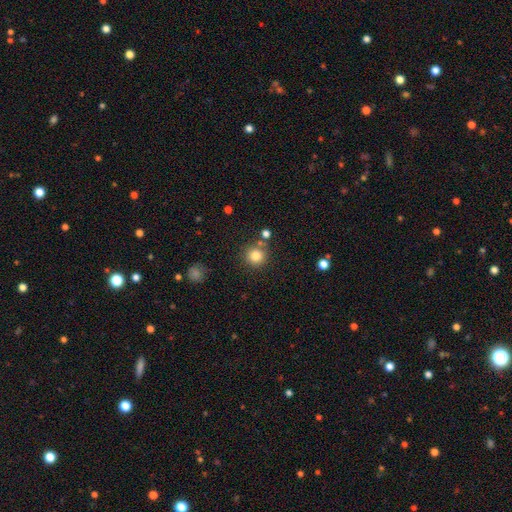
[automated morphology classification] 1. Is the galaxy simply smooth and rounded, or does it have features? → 82% smooth, 12% star or artifact, 6% featured or disk.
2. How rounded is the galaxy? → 93% round, 6% in between, 1% cigar-shaped.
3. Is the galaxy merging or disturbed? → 80% none, 9% merger, 9% minor disturbance, 3% major disturbance.